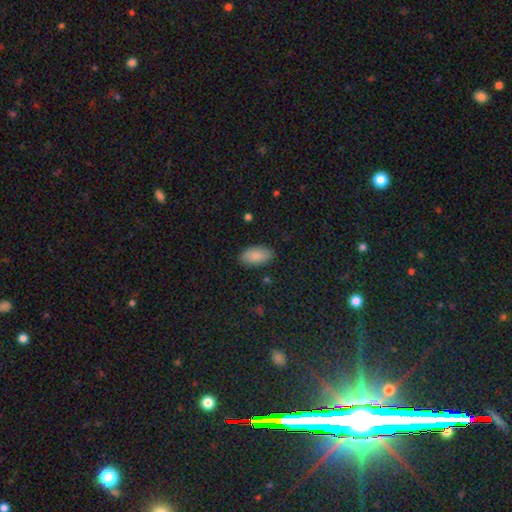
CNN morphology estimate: Q: Smooth or featured?
A: smooth (88%); runner-up: star or artifact (7%)
Q: How rounded?
A: in between (94%); runner-up: cigar-shaped (3%)
Q: Merging?
A: none (87%); runner-up: minor disturbance (10%)